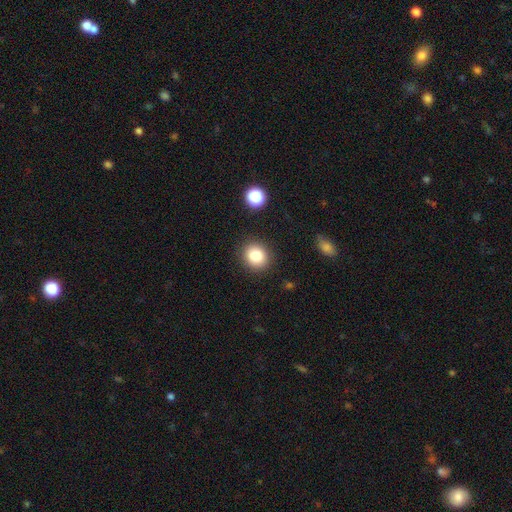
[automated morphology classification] Q: Smooth or featured?
A: smooth (82%); runner-up: star or artifact (11%)
Q: How rounded?
A: round (76%); runner-up: in between (23%)
Q: Merging?
A: none (88%); runner-up: minor disturbance (7%)